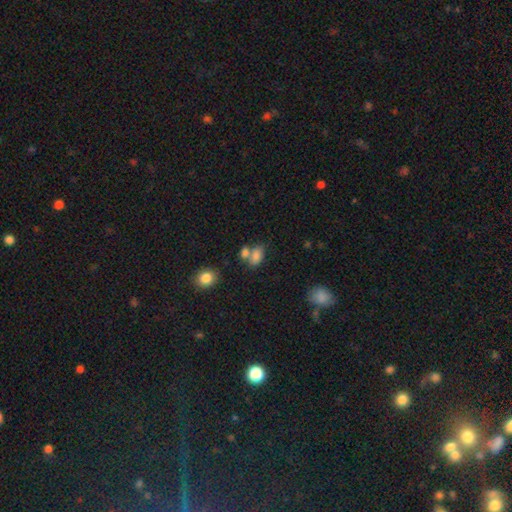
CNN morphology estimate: Smooth or featured?
  - smooth: 79% *
  - star or artifact: 11%
  - featured or disk: 11%
How rounded?
  - in between: 85% *
  - round: 13%
  - cigar-shaped: 2%
Merging?
  - merger: 43% *
  - none: 39%
  - minor disturbance: 13%
  - major disturbance: 6%